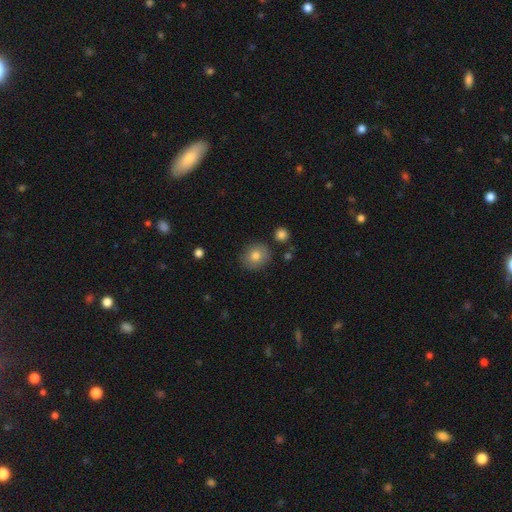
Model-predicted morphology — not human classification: smooth_or_featured: smooth (p=0.80) [alt: featured or disk p=0.11]
how_rounded: round (p=0.82) [alt: in between p=0.17]
merging: none (p=0.84) [alt: minor disturbance p=0.10]